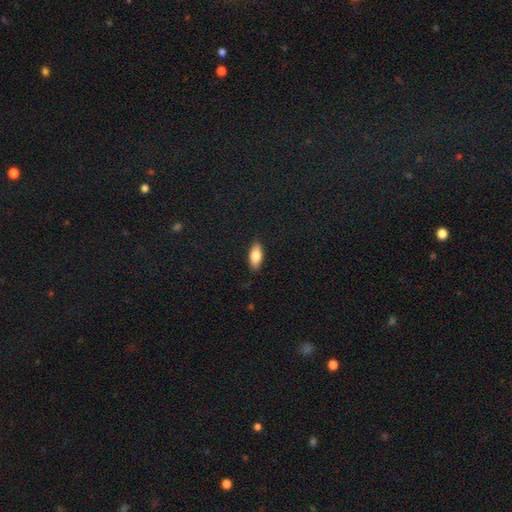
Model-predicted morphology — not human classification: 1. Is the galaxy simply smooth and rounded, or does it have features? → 79% smooth, 15% featured or disk, 7% star or artifact.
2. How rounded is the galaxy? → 85% in between, 12% cigar-shaped, 3% round.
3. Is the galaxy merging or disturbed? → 88% none, 9% minor disturbance, 2% major disturbance, 1% merger.